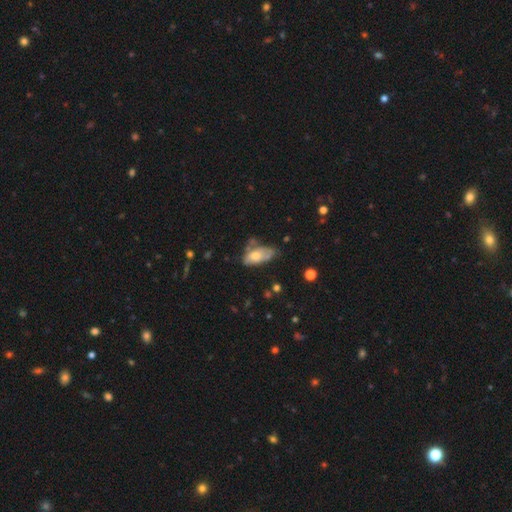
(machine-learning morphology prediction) This appears to be a smooth galaxy with no disk features (57%) that is in between round and cigar-shaped (88%). Merging: minor disturbance (33%).